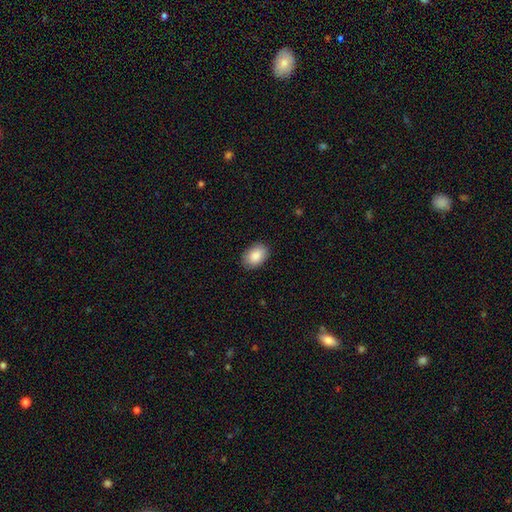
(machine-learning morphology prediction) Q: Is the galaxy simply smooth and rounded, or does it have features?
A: smooth — 88%.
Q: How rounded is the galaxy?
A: in between — 85%.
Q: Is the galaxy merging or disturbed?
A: none — 88%.